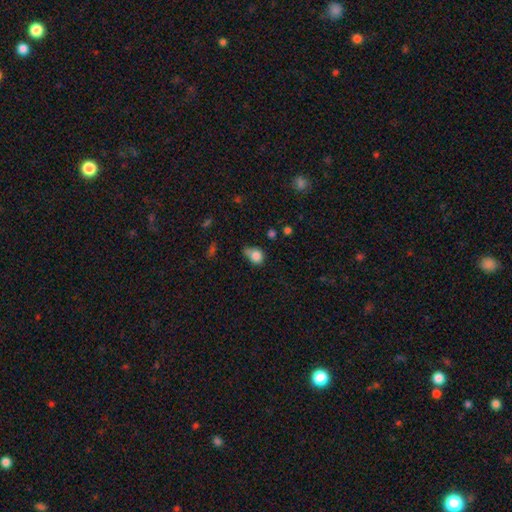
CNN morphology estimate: A smooth galaxy with no disk features (82%) that is round (66%).

Vote fractions:
- Smooth or featured? smooth: 82% / star or artifact: 11% / featured or disk: 7%
- How rounded? round: 66% / in between: 33% / cigar-shaped: 1%
- Merging? none: 42% / minor disturbance: 30% / merger: 17% / major disturbance: 11%